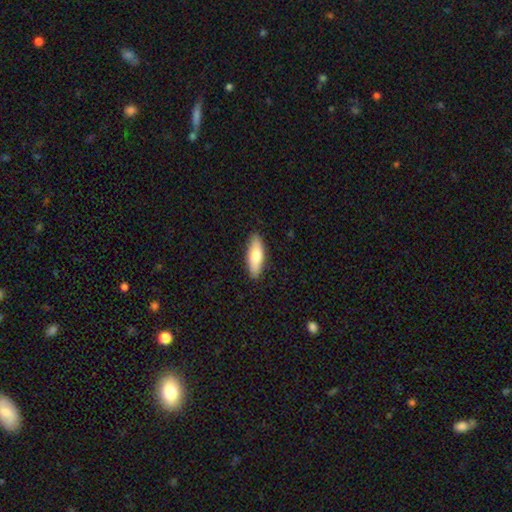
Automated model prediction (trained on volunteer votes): Smooth or featured?
  - smooth: 75% *
  - featured or disk: 20%
  - star or artifact: 5%
How rounded?
  - in between: 57% *
  - cigar-shaped: 41%
  - round: 2%
Merging?
  - none: 88% *
  - minor disturbance: 9%
  - major disturbance: 2%
  - merger: 1%